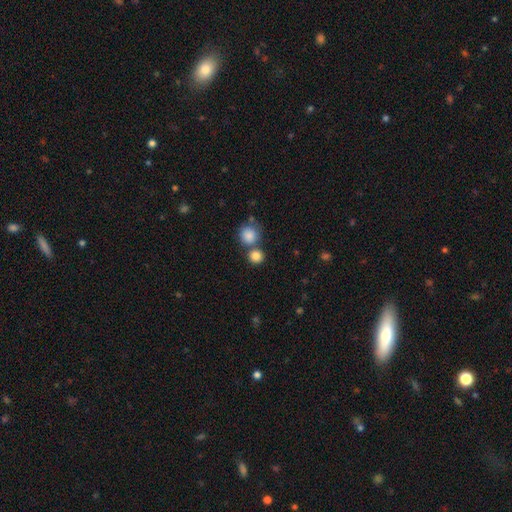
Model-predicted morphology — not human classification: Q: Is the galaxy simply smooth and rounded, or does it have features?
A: smooth — 85%.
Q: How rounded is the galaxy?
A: round — 90%.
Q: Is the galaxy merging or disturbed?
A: none — 59%.